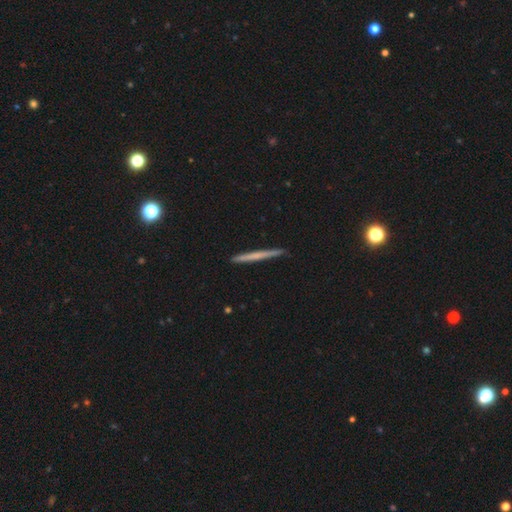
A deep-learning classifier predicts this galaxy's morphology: type=smooth (50%); roundness=cigar-shaped (97%); merging=none (91%).